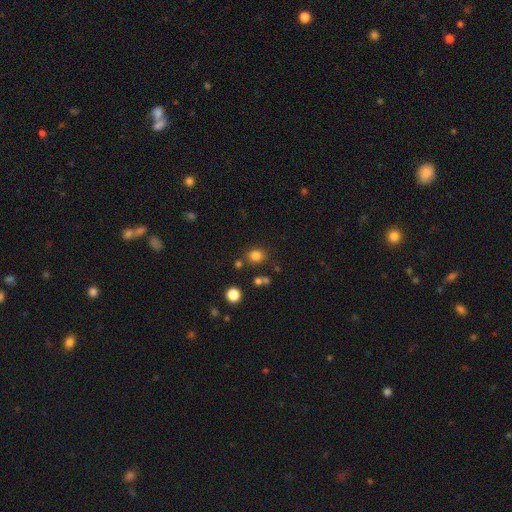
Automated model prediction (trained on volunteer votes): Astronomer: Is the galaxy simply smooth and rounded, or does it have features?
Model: smooth — 80%.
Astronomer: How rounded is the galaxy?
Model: round — 68%.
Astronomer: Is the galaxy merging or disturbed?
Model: none — 79%.